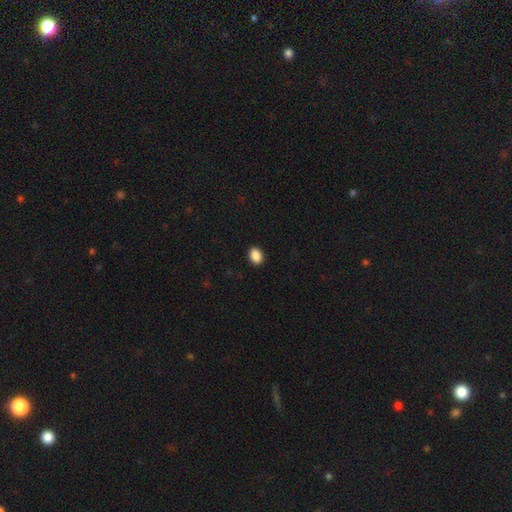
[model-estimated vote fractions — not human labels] A smooth galaxy with no disk features (89%) that is in between round and cigar-shaped (67%). Merging: none (91%).